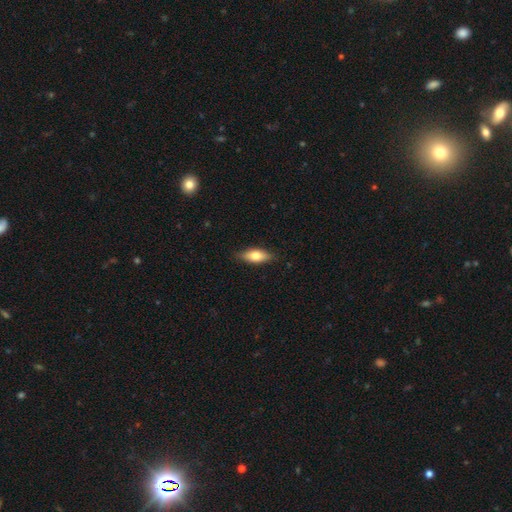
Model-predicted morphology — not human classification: smooth_or_featured: smooth (p=0.72) [alt: featured or disk p=0.22]
how_rounded: in between (p=0.76) [alt: cigar-shaped p=0.21]
merging: none (p=0.84) [alt: minor disturbance p=0.13]